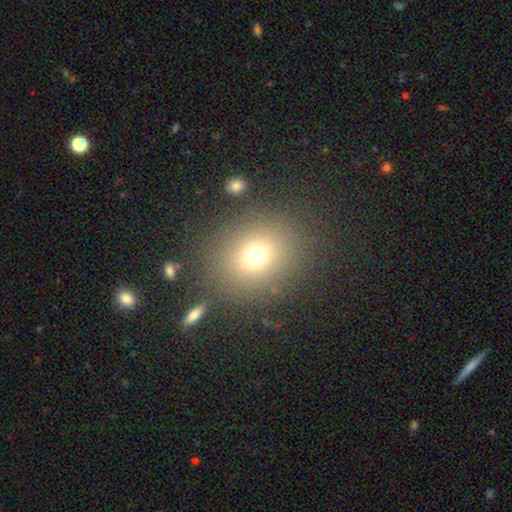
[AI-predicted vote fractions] Smooth or featured: smooth — 71% (star or artifact — 18%)
How rounded: round — 70% (in between — 29%)
Merging: none — 81% (minor disturbance — 9%)